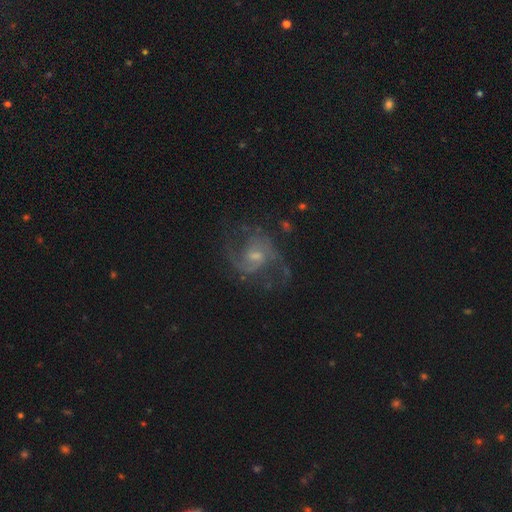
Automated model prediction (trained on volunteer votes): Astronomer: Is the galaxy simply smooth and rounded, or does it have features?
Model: featured or disk — 84%.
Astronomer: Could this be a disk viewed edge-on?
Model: no — 98%.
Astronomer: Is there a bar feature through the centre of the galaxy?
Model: weak — 53% (runner-up: no, 39%).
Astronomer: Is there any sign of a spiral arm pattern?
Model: yes — 94%.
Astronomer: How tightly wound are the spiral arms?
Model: medium — 53% (runner-up: loose, 31%).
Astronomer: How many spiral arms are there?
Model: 2 — 77%.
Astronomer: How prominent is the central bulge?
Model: small — 50% (runner-up: moderate, 38%).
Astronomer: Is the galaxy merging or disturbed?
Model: none — 64%.